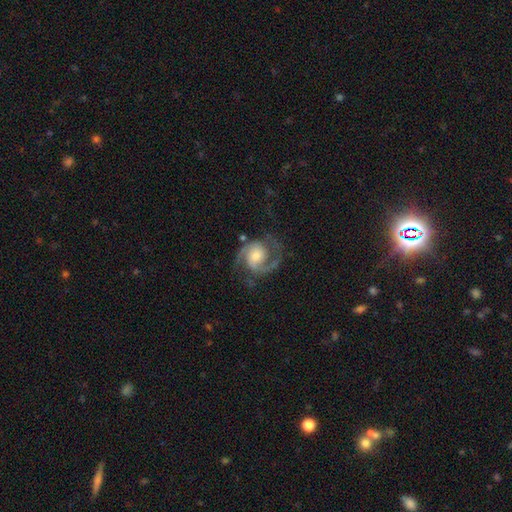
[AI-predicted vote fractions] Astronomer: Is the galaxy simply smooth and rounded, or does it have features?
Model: featured or disk — 89%.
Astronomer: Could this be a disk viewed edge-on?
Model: no — 98%.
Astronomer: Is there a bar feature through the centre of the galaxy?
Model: no — 59%.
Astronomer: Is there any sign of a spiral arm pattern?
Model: yes — 98%.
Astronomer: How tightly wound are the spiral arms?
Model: medium — 57%.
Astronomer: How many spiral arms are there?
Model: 2 — 90%.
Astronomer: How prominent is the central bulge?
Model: moderate — 52%.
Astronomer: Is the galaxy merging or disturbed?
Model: none — 73%.